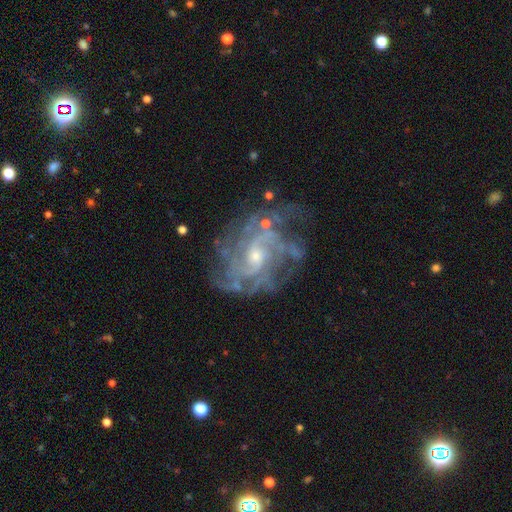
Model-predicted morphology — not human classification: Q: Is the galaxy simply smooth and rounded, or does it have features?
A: featured or disk — 85%.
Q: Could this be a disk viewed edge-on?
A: no — 97%.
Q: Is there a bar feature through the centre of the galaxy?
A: no — 55%.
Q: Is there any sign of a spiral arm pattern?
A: yes — 93%.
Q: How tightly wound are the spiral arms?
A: tight — 48%.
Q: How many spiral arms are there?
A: can't tell — 37%.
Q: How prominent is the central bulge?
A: small — 55%.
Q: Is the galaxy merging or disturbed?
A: none — 67%.